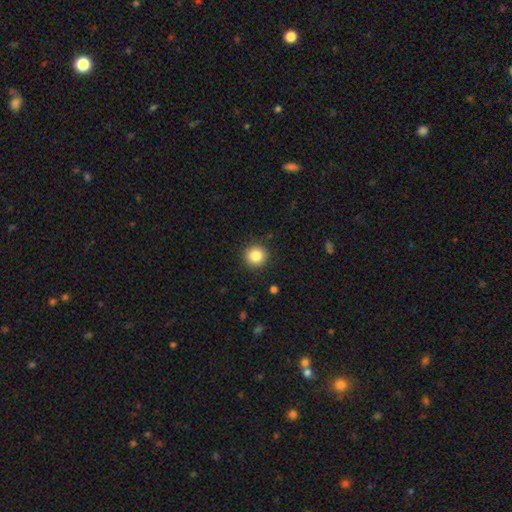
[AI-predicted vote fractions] A smooth galaxy with no disk features (85%) that is round (94%). Merging: none (91%).